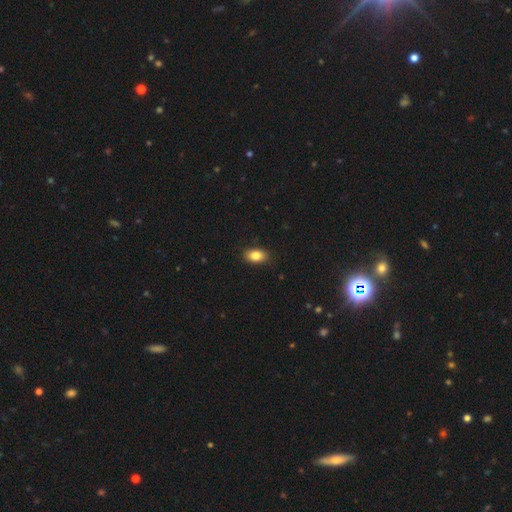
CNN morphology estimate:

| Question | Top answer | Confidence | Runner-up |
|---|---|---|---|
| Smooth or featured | smooth | 85% | star or artifact (8%) |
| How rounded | in between | 88% | round (9%) |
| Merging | none | 88% | minor disturbance (9%) |